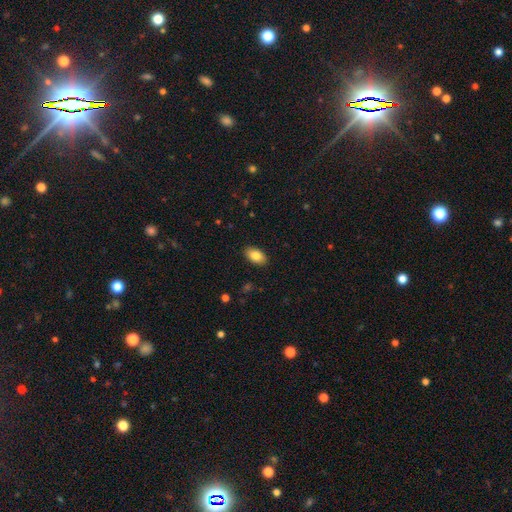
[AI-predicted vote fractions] The model was most divided on "smooth or featured": smooth: 85%, featured or disk: 8%, star or artifact: 7%. More confident: how rounded — in between (93%); merging — none (89%).